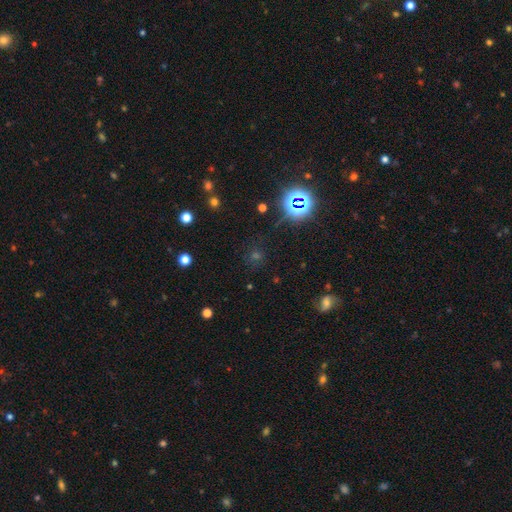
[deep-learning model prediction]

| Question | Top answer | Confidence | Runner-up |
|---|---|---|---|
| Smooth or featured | star or artifact | 61% | smooth (29%) |